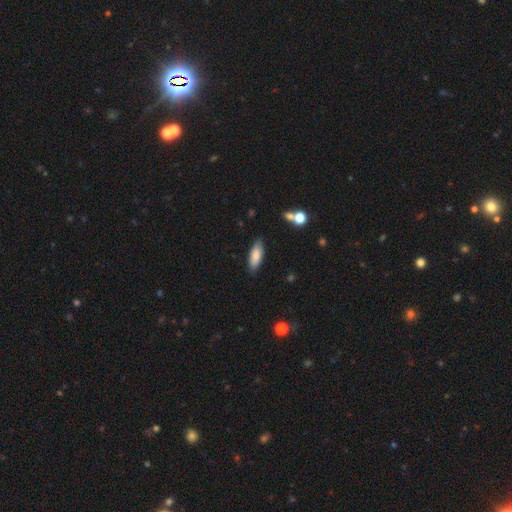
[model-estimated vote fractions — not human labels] Smooth or featured? Predicted: smooth (p=0.82). How rounded? Predicted: in between (p=0.72). Merging? Predicted: none (p=0.84).